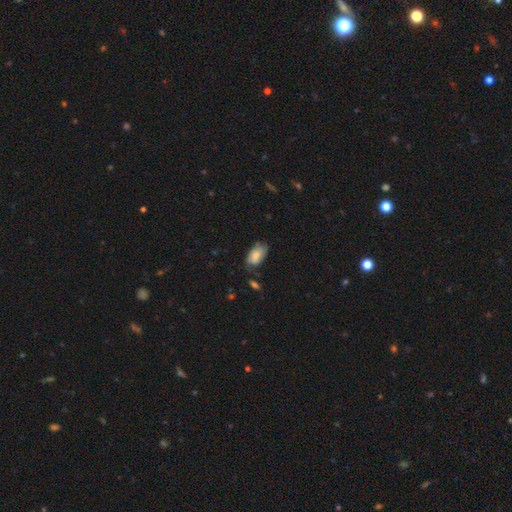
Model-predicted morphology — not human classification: type=smooth (75%); roundness=in between (93%); merging=none (60%).